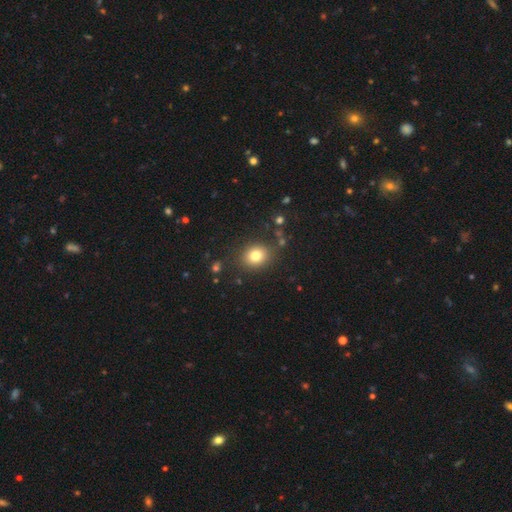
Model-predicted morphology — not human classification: Smooth or featured?
  - smooth: 79% *
  - star or artifact: 12%
  - featured or disk: 9%
How rounded?
  - round: 68% *
  - in between: 31%
  - cigar-shaped: 1%
Merging?
  - none: 85% *
  - minor disturbance: 9%
  - major disturbance: 3%
  - merger: 3%